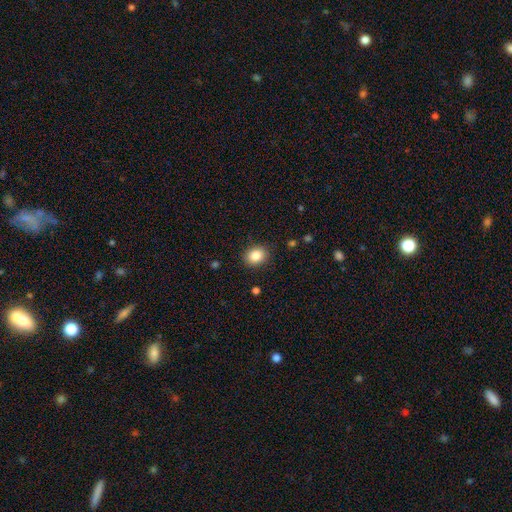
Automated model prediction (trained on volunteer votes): Smooth or featured? Predicted: smooth (p=0.85). How rounded? Predicted: in between (p=0.53). Merging? Predicted: none (p=0.88).